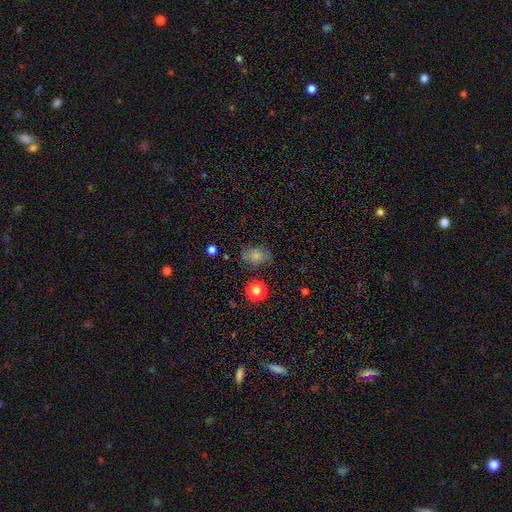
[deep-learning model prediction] smooth_or_featured: smooth (p=0.75) [alt: star or artifact p=0.15]
how_rounded: in between (p=0.62) [alt: round p=0.37]
merging: none (p=0.72) [alt: minor disturbance p=0.19]